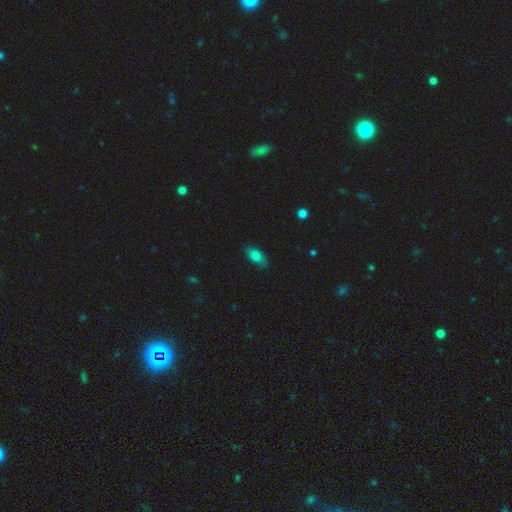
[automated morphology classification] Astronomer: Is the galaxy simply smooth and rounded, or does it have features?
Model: smooth — 74%.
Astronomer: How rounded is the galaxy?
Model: in between — 87%.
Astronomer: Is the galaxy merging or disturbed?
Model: none — 83%.